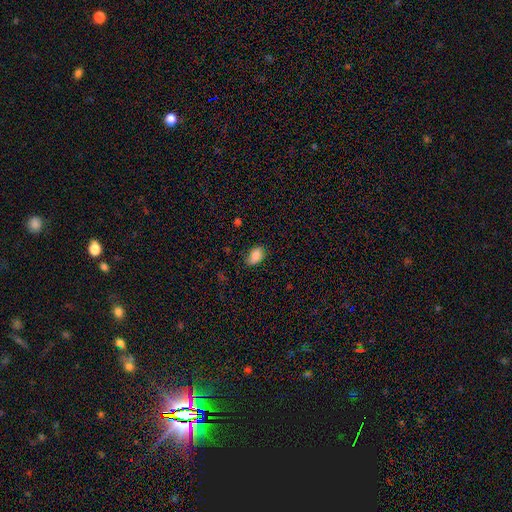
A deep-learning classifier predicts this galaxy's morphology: Smooth or featured?
  - smooth: 85% *
  - star or artifact: 8%
  - featured or disk: 7%
How rounded?
  - in between: 88% *
  - round: 10%
  - cigar-shaped: 2%
Merging?
  - none: 71% *
  - minor disturbance: 23%
  - major disturbance: 5%
  - merger: 1%